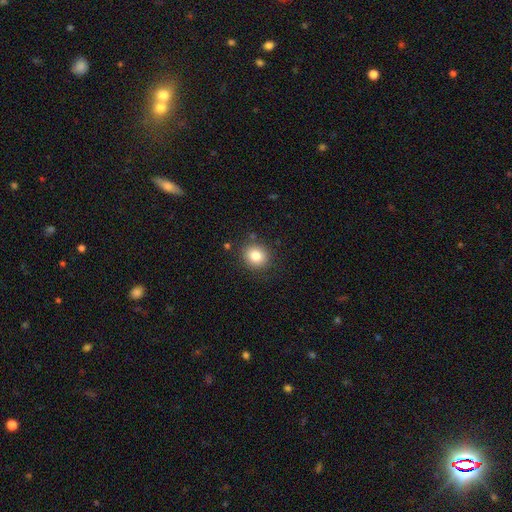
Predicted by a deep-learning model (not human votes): smooth-or-featured: smooth: 83% | star or artifact: 10% | featured or disk: 7%
  how-rounded: round: 76% | in between: 23% | cigar-shaped: 1%
  merging: none: 86% | minor disturbance: 9% | major disturbance: 3% | merger: 2%